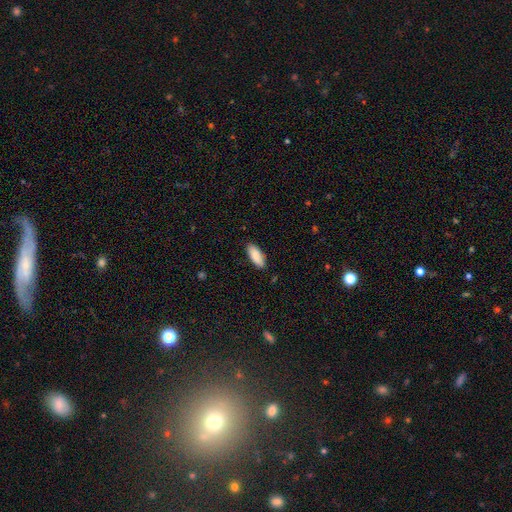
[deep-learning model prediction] A smooth galaxy with no disk features (90%) that is in between round and cigar-shaped (79%). Merging: none (87%).